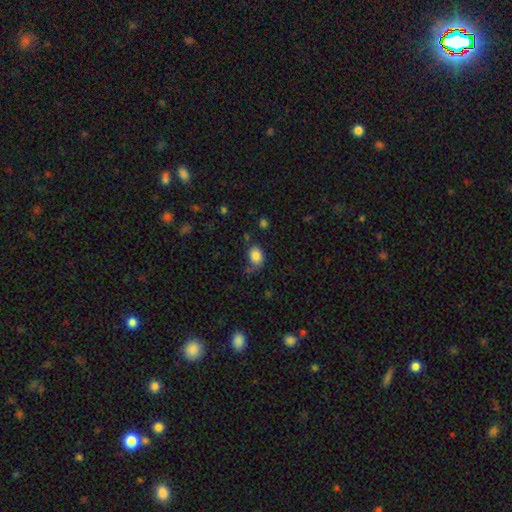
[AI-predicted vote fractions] smooth 84%, star or artifact 9%, featured or disk 6%. Down the decision tree: how rounded — in between (66%); merging — none (61%).